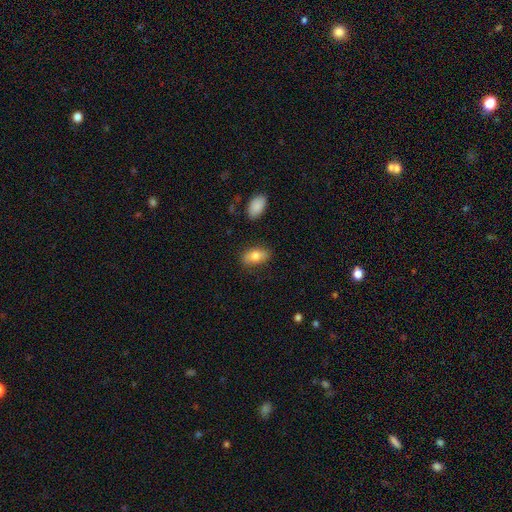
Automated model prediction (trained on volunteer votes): Smooth or featured? Predicted: smooth (p=0.79). How rounded? Predicted: in between (p=0.90). Merging? Predicted: none (p=0.82).